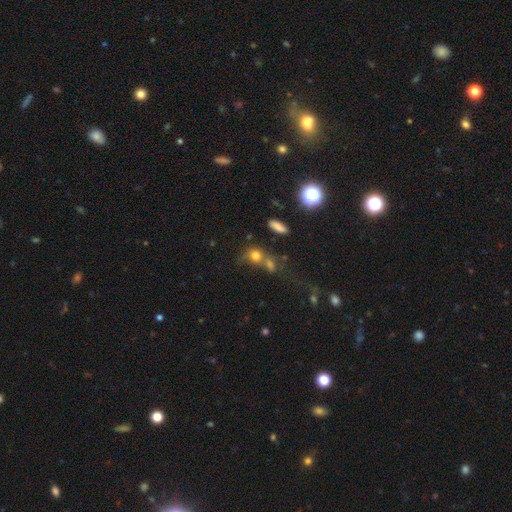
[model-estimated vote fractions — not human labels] Morphology: type=smooth (73%); roundness=round (69%); merging=merger (42%).